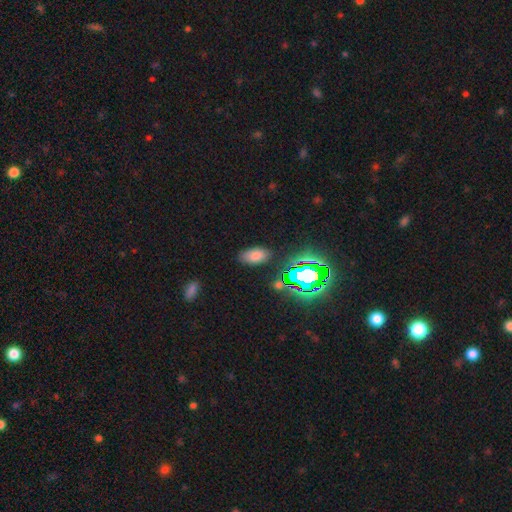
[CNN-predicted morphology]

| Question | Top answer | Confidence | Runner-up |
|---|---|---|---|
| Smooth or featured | smooth | 66% | star or artifact (24%) |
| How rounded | in between | 93% | round (5%) |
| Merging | none | 84% | minor disturbance (11%) |